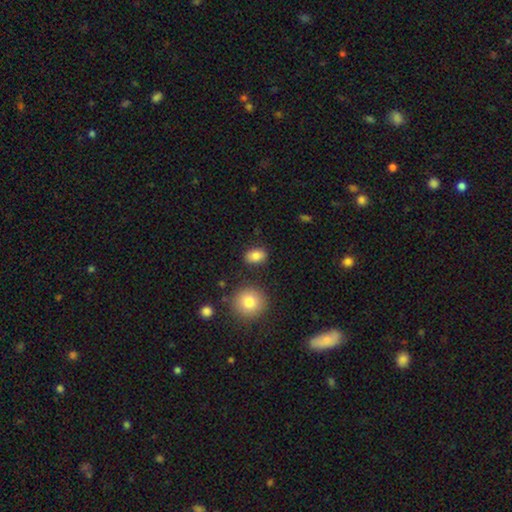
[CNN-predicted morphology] This is clearly a smooth galaxy (83%). How rounded: likely in between (71%). Merging: clearly none (84%).